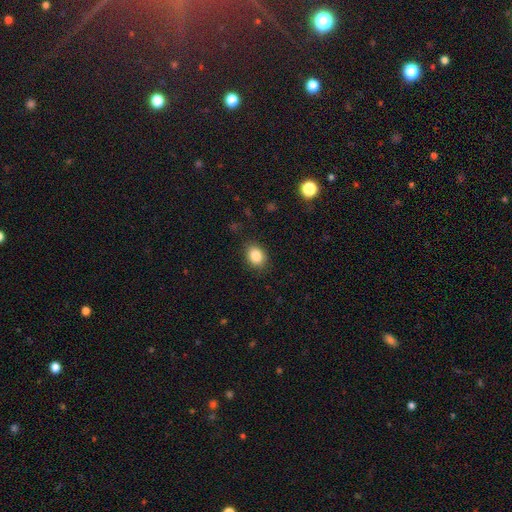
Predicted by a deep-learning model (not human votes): This appears to be a smooth galaxy with no disk features (85%) that is in between round and cigar-shaped (61%). Merging: none (86%).